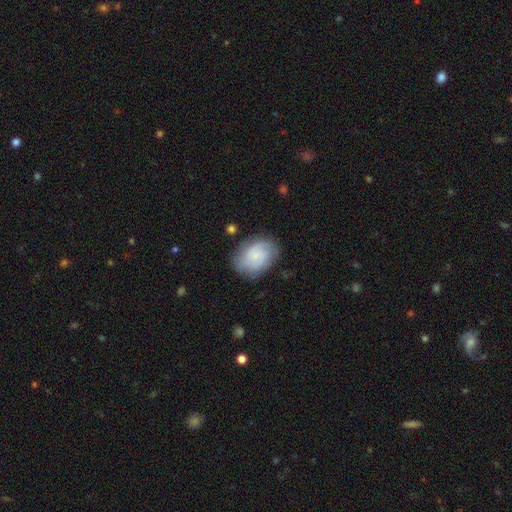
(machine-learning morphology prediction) The model was most divided on "smooth or featured": smooth: 52%, featured or disk: 40%, star or artifact: 8%. More confident: merging — none (72%); how rounded — in between (71%).